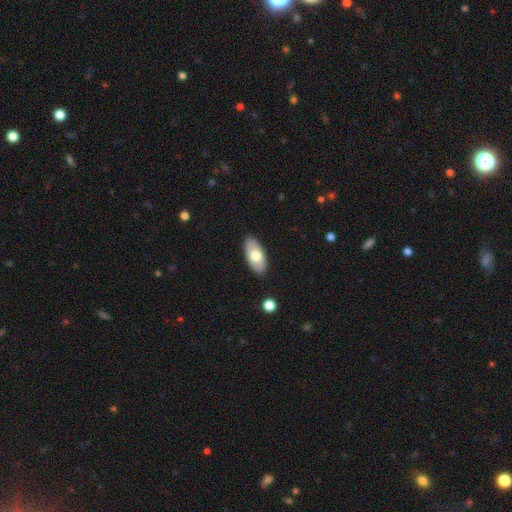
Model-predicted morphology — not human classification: Overall: smooth (70%). How rounded: in between (92%). Merging: none (88%).